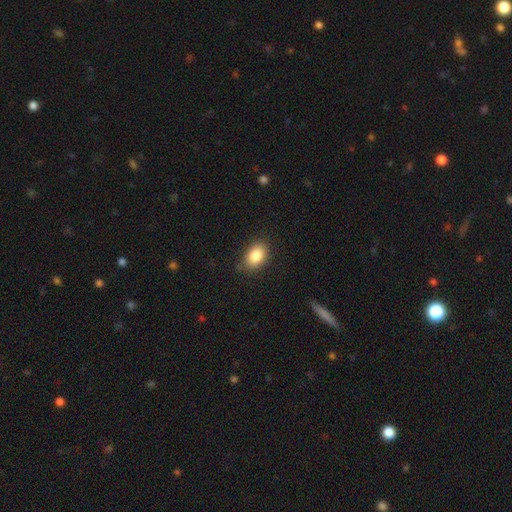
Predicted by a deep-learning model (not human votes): A smooth galaxy with no disk features (85%) that is in between round and cigar-shaped (82%).

Vote fractions:
- Smooth or featured? smooth: 85% / star or artifact: 8% / featured or disk: 7%
- How rounded? in between: 82% / round: 16% / cigar-shaped: 1%
- Merging? none: 83% / minor disturbance: 13% / major disturbance: 3% / merger: 1%